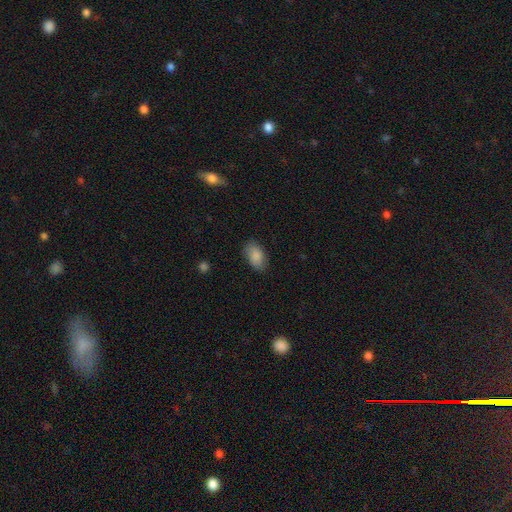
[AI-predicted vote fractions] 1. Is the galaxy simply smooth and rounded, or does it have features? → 86% smooth, 7% featured or disk, 7% star or artifact.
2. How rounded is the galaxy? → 92% in between, 6% round, 2% cigar-shaped.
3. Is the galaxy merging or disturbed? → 81% none, 14% minor disturbance, 3% major disturbance, 1% merger.